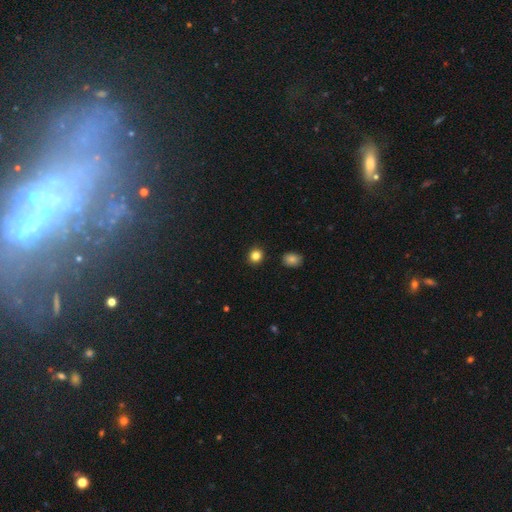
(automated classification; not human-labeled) Smooth or featured: smooth — 85% (star or artifact — 11%)
How rounded: round — 79% (in between — 20%)
Merging: none — 90% (minor disturbance — 6%)